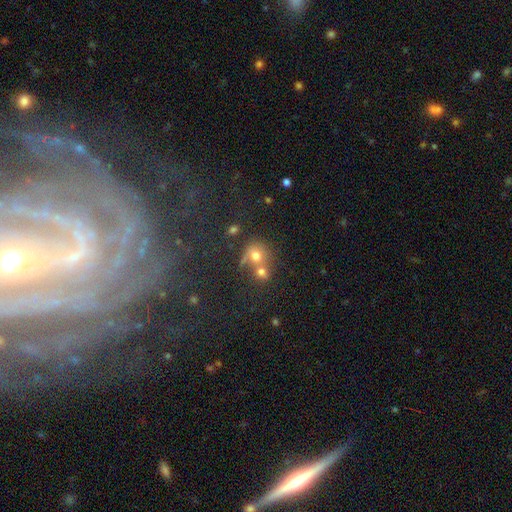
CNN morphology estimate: A smooth galaxy with no disk features (69%) that is round (76%). Merging: merger (50%).